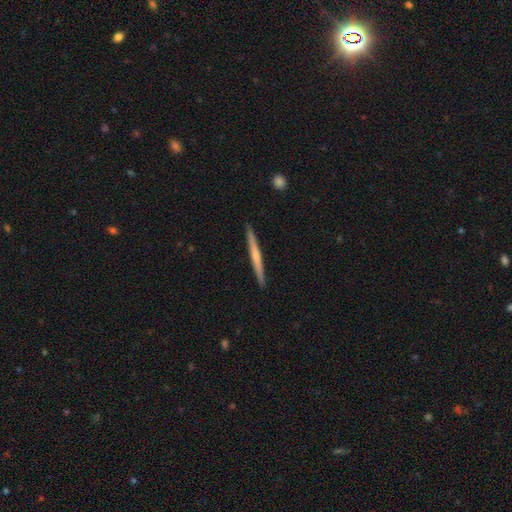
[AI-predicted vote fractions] Overall: featured or disk (54%; smooth 41%). Edge-on disk: yes (98%). Edge-on bulge: none (54%; rounded 40%). Merging: none (92%).